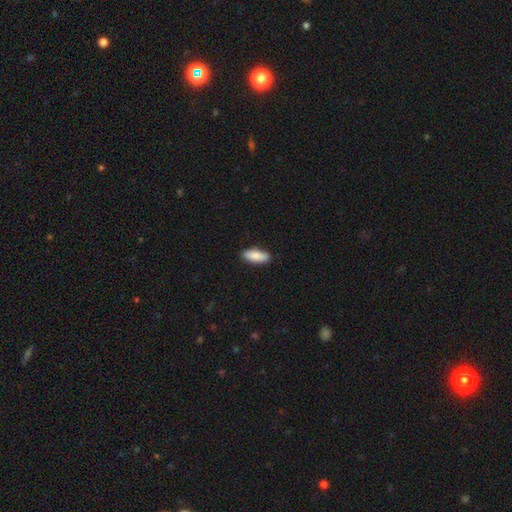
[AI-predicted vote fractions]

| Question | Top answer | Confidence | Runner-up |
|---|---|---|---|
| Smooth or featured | smooth | 87% | featured or disk (7%) |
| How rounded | in between | 74% | cigar-shaped (24%) |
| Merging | none | 90% | minor disturbance (8%) |